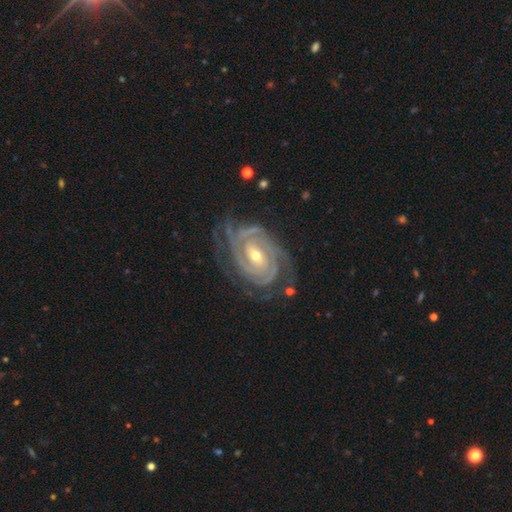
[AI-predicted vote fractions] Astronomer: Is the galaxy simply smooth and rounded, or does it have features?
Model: featured or disk — 92%.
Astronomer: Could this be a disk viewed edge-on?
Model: no — 97%.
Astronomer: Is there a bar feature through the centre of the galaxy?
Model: weak — 39% (runner-up: no, 34%).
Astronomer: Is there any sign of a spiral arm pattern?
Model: yes — 98%.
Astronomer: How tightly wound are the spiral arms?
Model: tight — 81%.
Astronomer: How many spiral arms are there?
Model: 3 — 29% (runner-up: 2, 27%).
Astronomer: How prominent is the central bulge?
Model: moderate — 50% (runner-up: small, 47%).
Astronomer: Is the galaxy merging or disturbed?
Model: none — 75%.